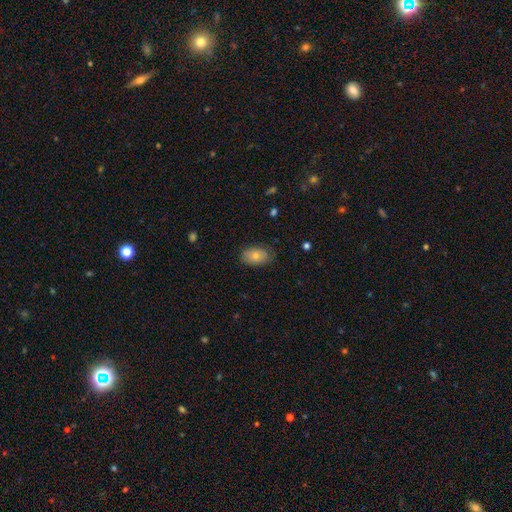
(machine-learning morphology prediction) Overall: smooth (77%). How rounded: in between (89%). Merging: none (79%).